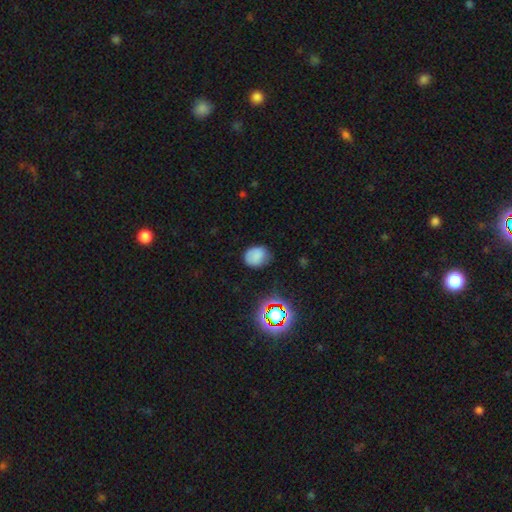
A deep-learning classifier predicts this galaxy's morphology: This appears to be a smooth galaxy with no disk features (76%) that is round (58%). Merging: none (72%).